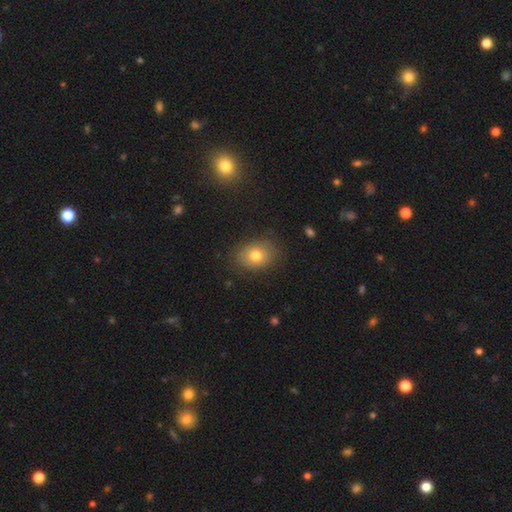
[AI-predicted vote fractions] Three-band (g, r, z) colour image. It shows a smooth galaxy with no disk features (76%) that is in between round and cigar-shaped (61%). Merging: none (81%).